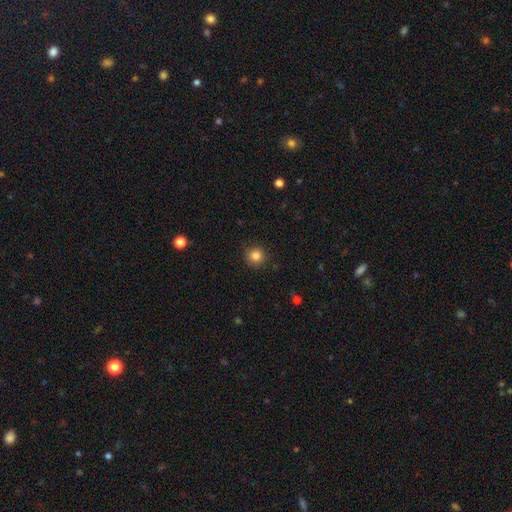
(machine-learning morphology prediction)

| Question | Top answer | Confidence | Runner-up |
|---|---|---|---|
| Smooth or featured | smooth | 83% | star or artifact (12%) |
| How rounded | round | 94% | in between (5%) |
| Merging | none | 91% | minor disturbance (6%) |